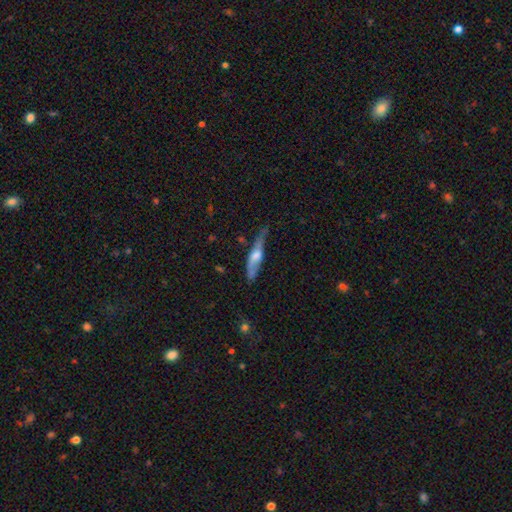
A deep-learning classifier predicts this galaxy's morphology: This appears to be a featured or disk galaxy (59%) viewed edge-on (85%). Merging: none (60%).